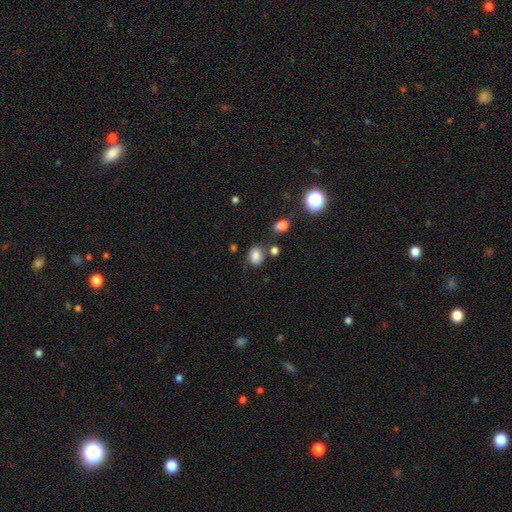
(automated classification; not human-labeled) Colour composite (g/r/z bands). It shows a smooth galaxy with no disk features (81%) that is round (51%). Merging: none (65%).